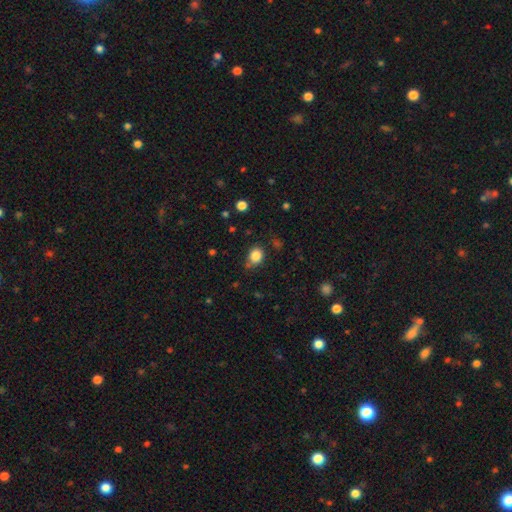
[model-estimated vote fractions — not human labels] smooth_or_featured: smooth (p=0.84) [alt: star or artifact p=0.11]
how_rounded: round (p=0.61) [alt: in between p=0.38]
merging: none (p=0.75) [alt: minor disturbance p=0.16]